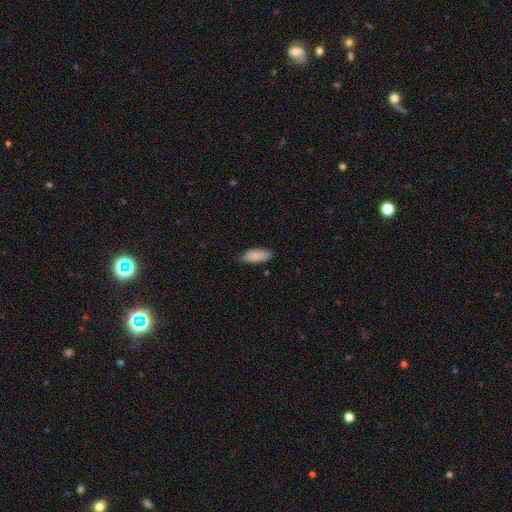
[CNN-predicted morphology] type=smooth (88%); roundness=in between (81%); merging=none (79%).